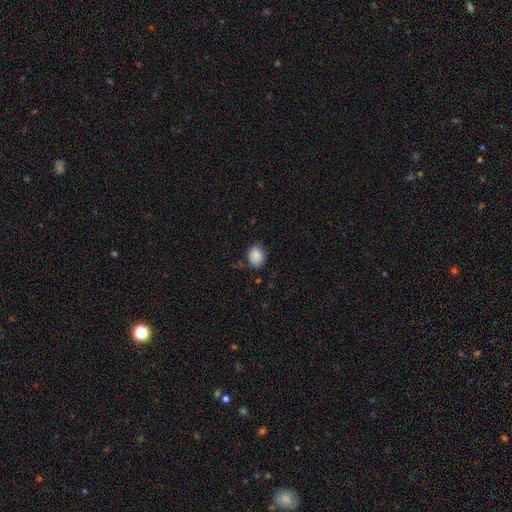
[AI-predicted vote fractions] The model was most divided on "how rounded": round: 54%, in between: 45%, cigar-shaped: 1%. More confident: smooth or featured — smooth (87%); merging — none (75%).